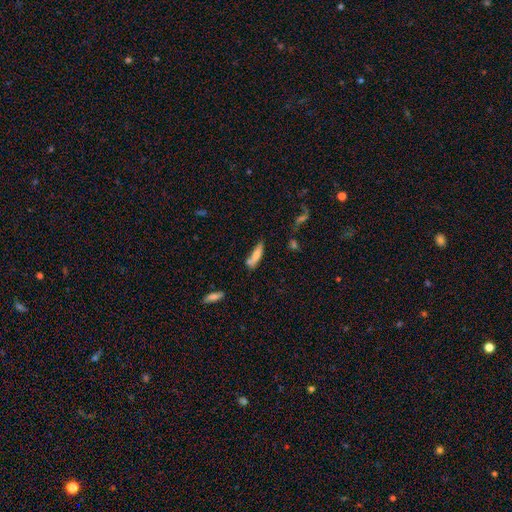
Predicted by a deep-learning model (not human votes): A smooth galaxy with no disk features (71%) that is cigar-shaped (68%).

Vote fractions:
- Smooth or featured? smooth: 71% / featured or disk: 21% / star or artifact: 8%
- How rounded? cigar-shaped: 68% / in between: 30% / round: 2%
- Merging? none: 50% / minor disturbance: 22% / merger: 21% / major disturbance: 7%